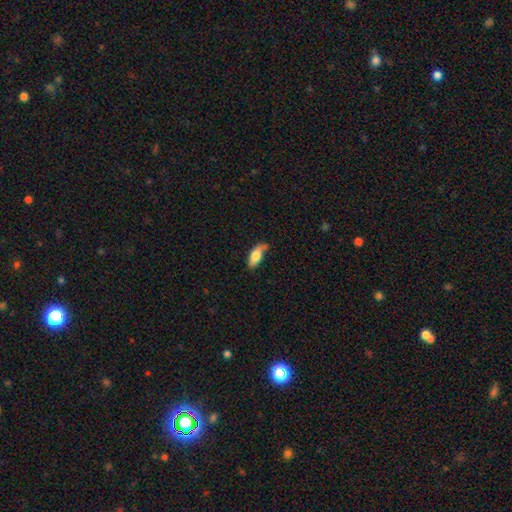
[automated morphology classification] Smooth or featured? smooth (75%)
How rounded? in between (80%)
Merging? none (52%)